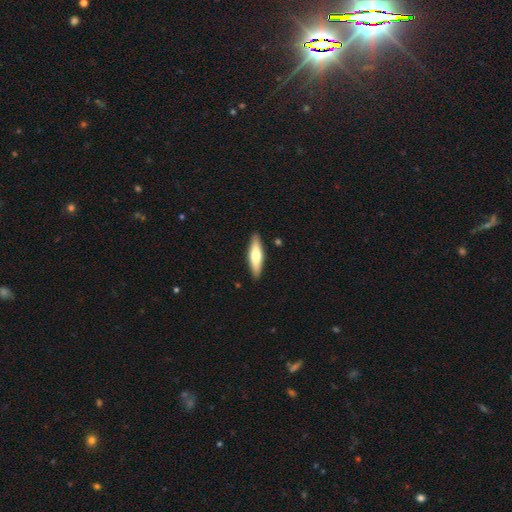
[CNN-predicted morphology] type=smooth (55%); roundness=cigar-shaped (69%); merging=none (89%).